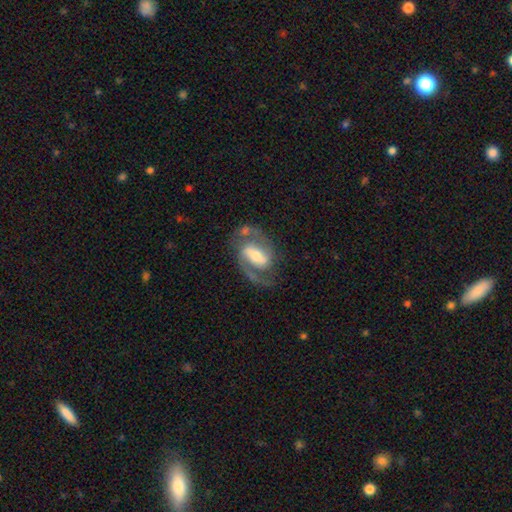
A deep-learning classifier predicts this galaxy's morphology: This is clearly a featured or disk galaxy (86%). It is clearly not viewed edge-on (97%). Bar: possibly strong (47%). Spiral arm pattern: clearly yes (95%). Spiral arm count: clearly 2 (89%). Spiral winding: possibly medium (59%). Central bulge: possibly moderate (54%). Merging: likely none (68%).